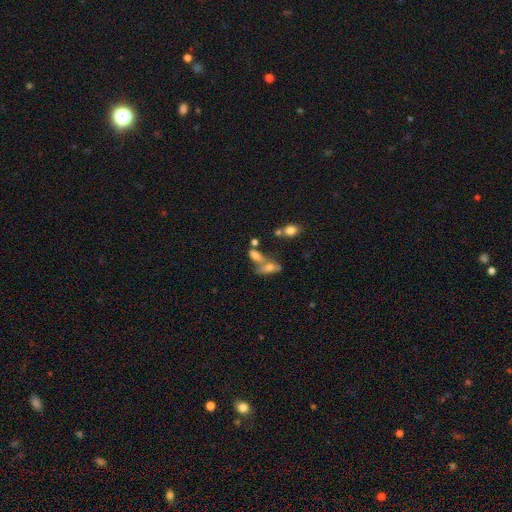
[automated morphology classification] A smooth galaxy with no disk features (63%) that is in between round and cigar-shaped (71%). Merging: merger (45%).